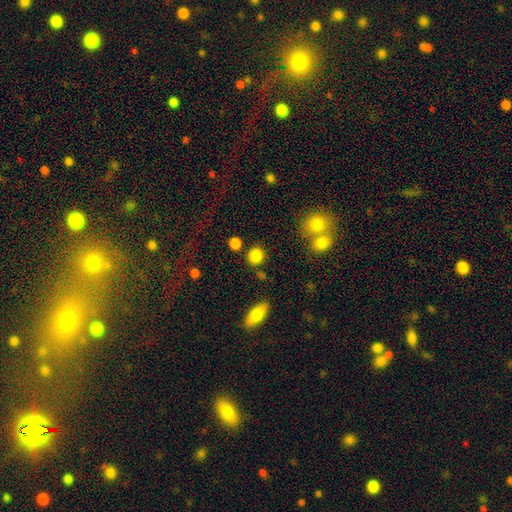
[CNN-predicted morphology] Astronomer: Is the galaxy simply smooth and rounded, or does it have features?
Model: smooth — 85%.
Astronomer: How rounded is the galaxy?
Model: round — 82%.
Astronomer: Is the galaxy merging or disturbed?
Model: none — 82%.